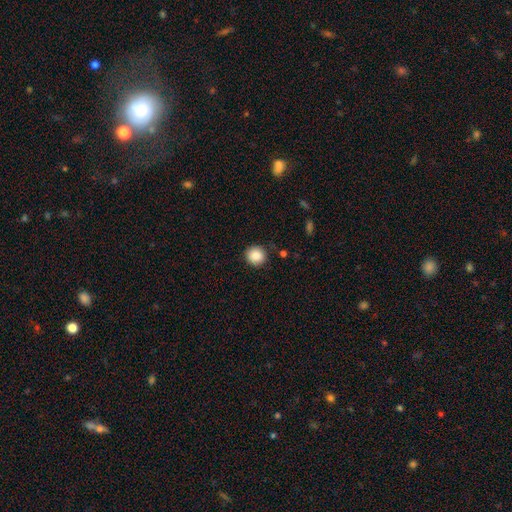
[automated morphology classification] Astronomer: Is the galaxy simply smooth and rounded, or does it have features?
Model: smooth — 88%.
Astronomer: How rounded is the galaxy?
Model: round — 90%.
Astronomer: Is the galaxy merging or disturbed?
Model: none — 88%.